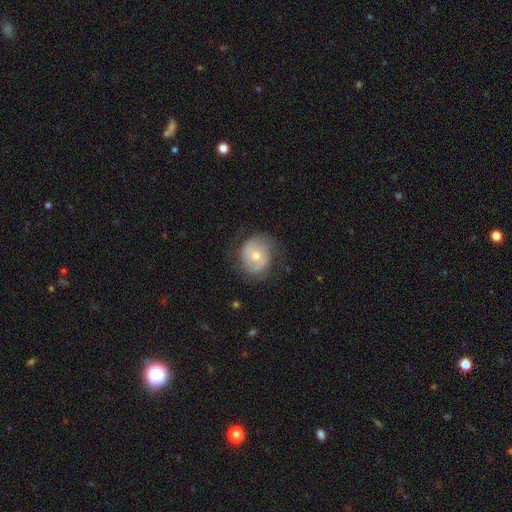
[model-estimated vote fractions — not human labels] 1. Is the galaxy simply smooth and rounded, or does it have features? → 53% featured or disk, 38% smooth, 8% star or artifact.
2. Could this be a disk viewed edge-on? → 96% no, 4% yes.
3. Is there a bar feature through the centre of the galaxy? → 72% no, 22% weak, 6% strong.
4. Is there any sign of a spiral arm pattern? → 69% yes, 31% no.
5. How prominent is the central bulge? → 60% moderate, 36% small, 2% large, 1% none, 1% dominant.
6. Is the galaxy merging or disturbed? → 68% none, 21% minor disturbance, 10% major disturbance, 1% merger.